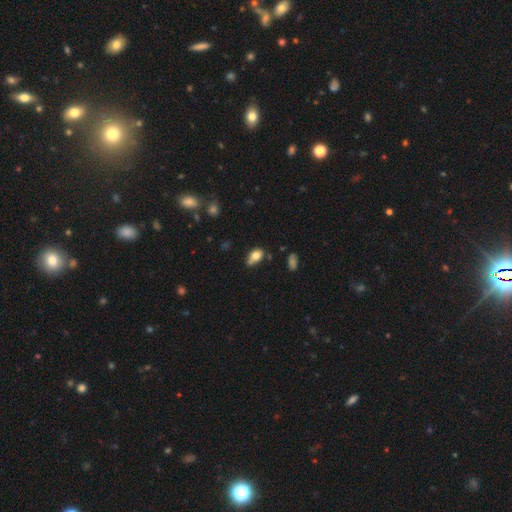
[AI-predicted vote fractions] Smooth or featured? smooth (76%)
How rounded? in between (84%)
Merging? none (46%)